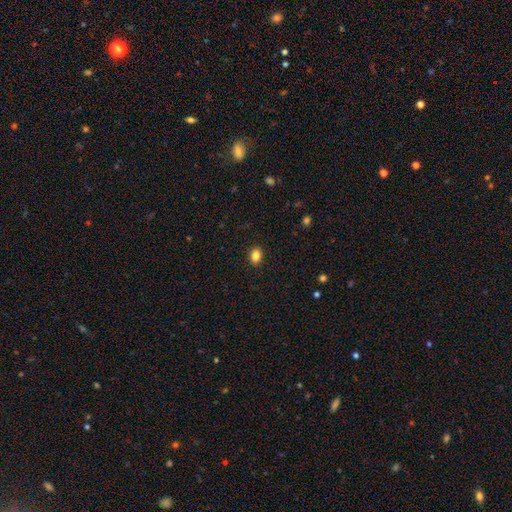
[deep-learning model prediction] Smooth or featured: smooth — 85% (star or artifact — 10%)
How rounded: in between — 66% (round — 33%)
Merging: none — 90% (minor disturbance — 7%)